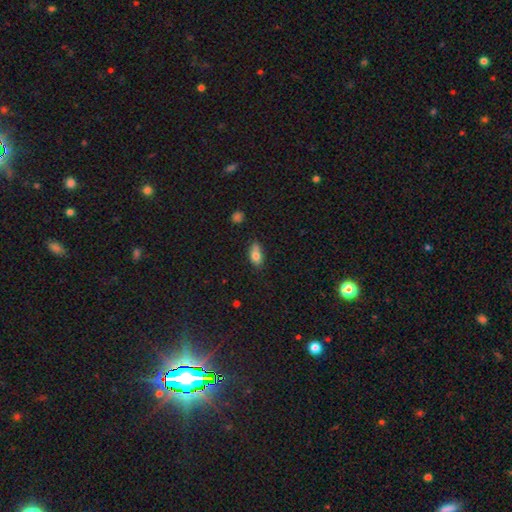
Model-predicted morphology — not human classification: smooth-or-featured: smooth: 79% | featured or disk: 12% | star or artifact: 9%
  how-rounded: in between: 85% | cigar-shaped: 8% | round: 7%
  merging: none: 57% | minor disturbance: 28% | merger: 8% | major disturbance: 6%